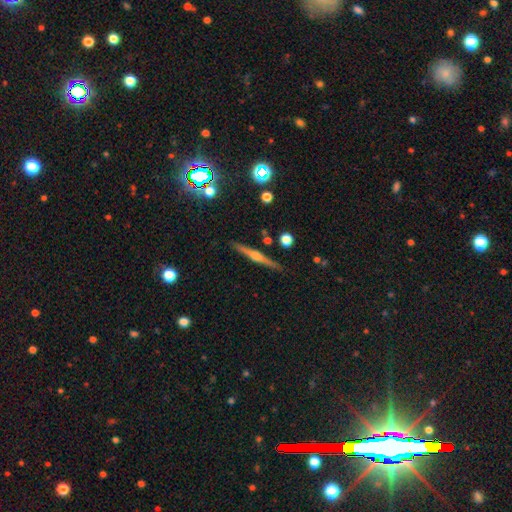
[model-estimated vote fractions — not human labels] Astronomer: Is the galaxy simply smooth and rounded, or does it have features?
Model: featured or disk — 75%.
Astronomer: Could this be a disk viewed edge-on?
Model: yes — 98%.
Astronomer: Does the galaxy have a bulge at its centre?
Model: rounded — 89%.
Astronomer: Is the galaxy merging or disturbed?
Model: none — 90%.